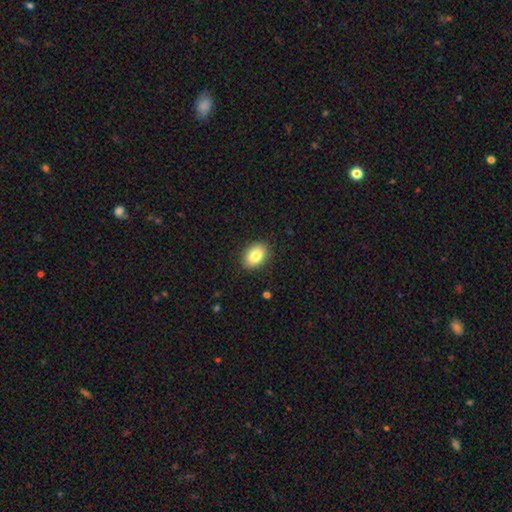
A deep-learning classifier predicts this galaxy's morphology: The model was most divided on "how rounded": in between: 82%, round: 16%, cigar-shaped: 1%. More confident: merging — none (89%); smooth or featured — smooth (85%).